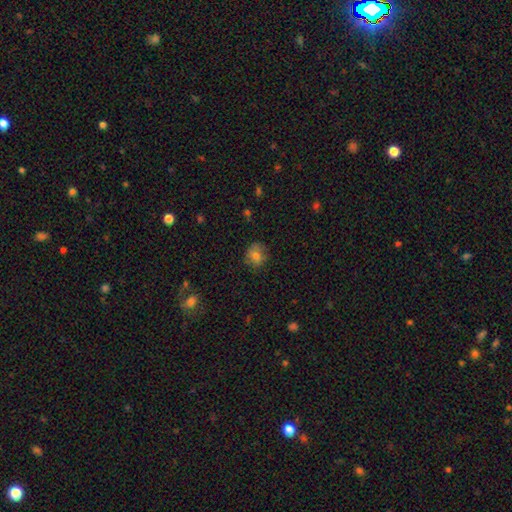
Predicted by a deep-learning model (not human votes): Smooth or featured? smooth (76%)
How rounded? round (70%)
Merging? none (76%)